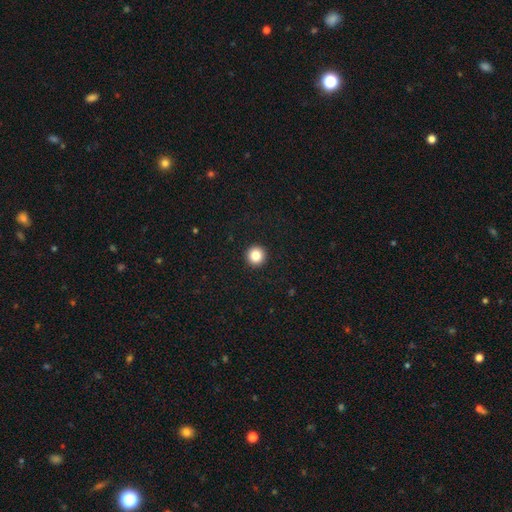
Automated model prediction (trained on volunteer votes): Smooth or featured? Predicted: smooth (p=0.86). How rounded? Predicted: round (p=0.96). Merging? Predicted: none (p=0.94).